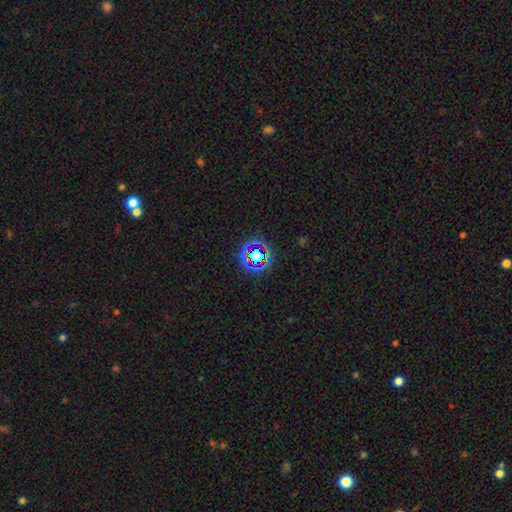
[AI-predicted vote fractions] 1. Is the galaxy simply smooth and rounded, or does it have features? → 64% star or artifact, 25% smooth, 12% featured or disk.